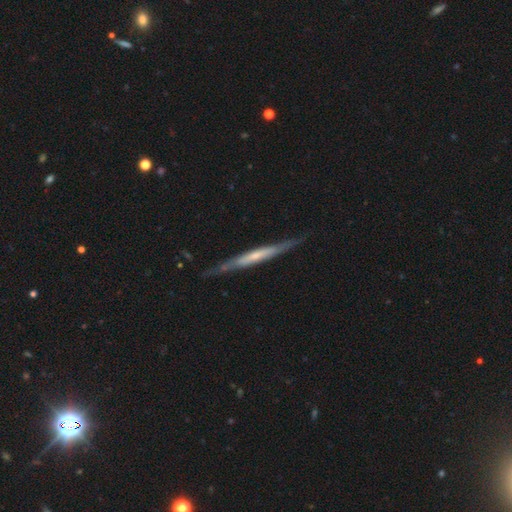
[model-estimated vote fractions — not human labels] This appears to be a featured or disk galaxy (65%) viewed edge-on (93%) with no central bulge (61%). Merging: none (80%).